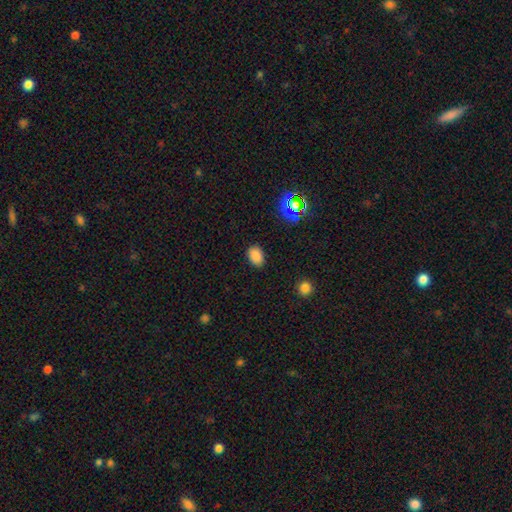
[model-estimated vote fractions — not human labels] This is clearly a smooth galaxy (83%). How rounded: likely in between (79%). Merging: clearly none (86%).